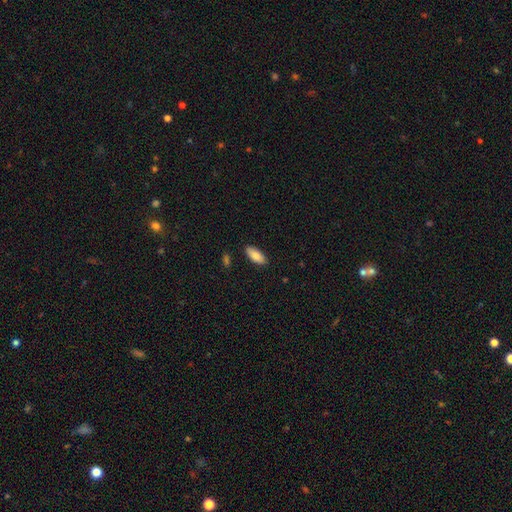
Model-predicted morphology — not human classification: smooth 82%, featured or disk 12%, star or artifact 6%. Down the decision tree: how rounded — in between (82%); merging — none (88%).